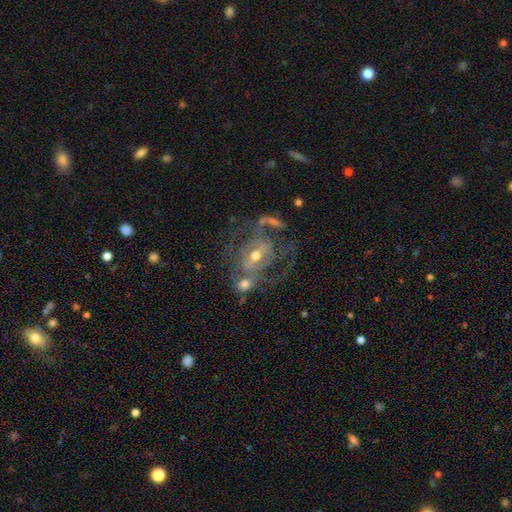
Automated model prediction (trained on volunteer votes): Smooth or featured?
  - featured or disk: 79% *
  - smooth: 12%
  - star or artifact: 9%
Edge-on disk?
  - no: 96% *
  - yes: 4%
Bar?
  - no: 42% *
  - weak: 37%
  - strong: 21%
Spiral arms?
  - yes: 70% *
  - no: 30%
Spiral winding?
  - medium: 40% *
  - tight: 38%
  - loose: 22%
Spiral arm count?
  - can't tell: 38% *
  - 2: 35%
  - 3: 11%
  - 1: 8%
  - 4: 4%
  - more than 4: 3%
Bulge size?
  - moderate: 59% *
  - small: 35%
  - large: 3%
  - none: 2%
  - dominant: 1%
Merging?
  - none: 33% *
  - merger: 28%
  - major disturbance: 23%
  - minor disturbance: 16%